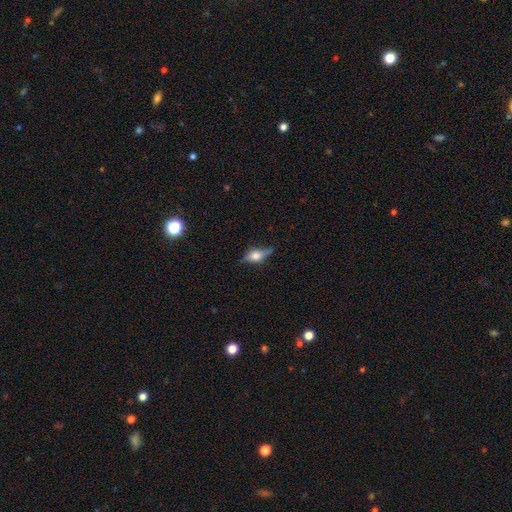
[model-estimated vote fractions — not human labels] Smooth or featured: featured or disk — 53% (smooth — 38%)
Edge-on disk: yes — 90% (no — 10%)
Merging: none — 70% (minor disturbance — 22%)